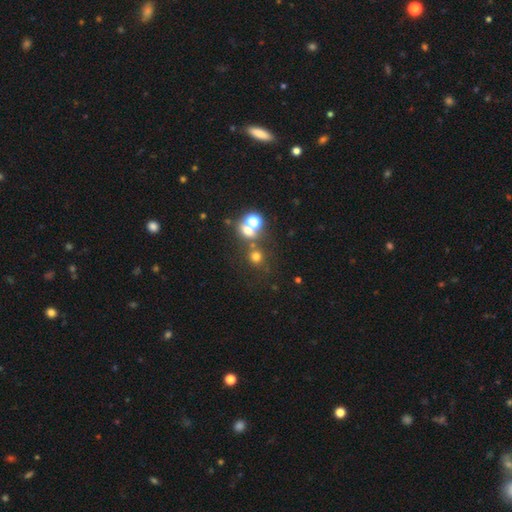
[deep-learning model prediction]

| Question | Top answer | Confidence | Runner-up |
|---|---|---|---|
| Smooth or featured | star or artifact | 46% | smooth (43%) |